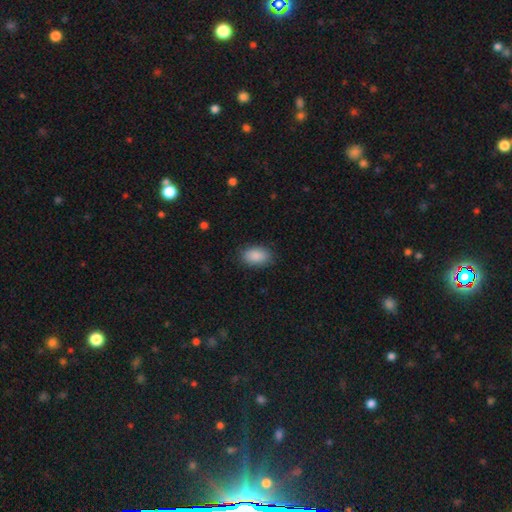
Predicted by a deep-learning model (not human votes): The model was most divided on "merging": none: 85%, minor disturbance: 11%, major disturbance: 3%, merger: 1%. More confident: how rounded — in between (91%); smooth or featured — smooth (89%).